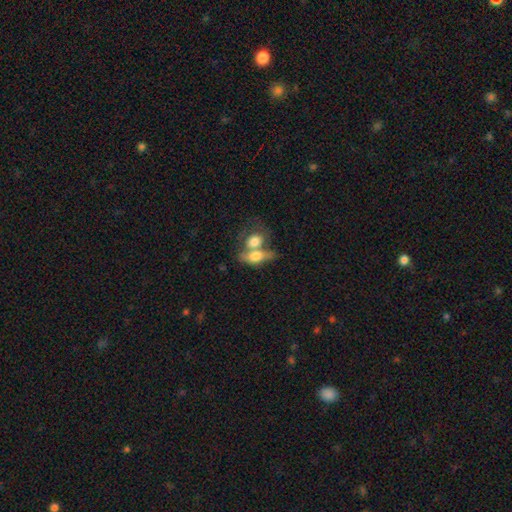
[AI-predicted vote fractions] smooth 66%, featured or disk 26%, star or artifact 8%. Down the decision tree: how rounded — in between (73%); merging — merger (65%).